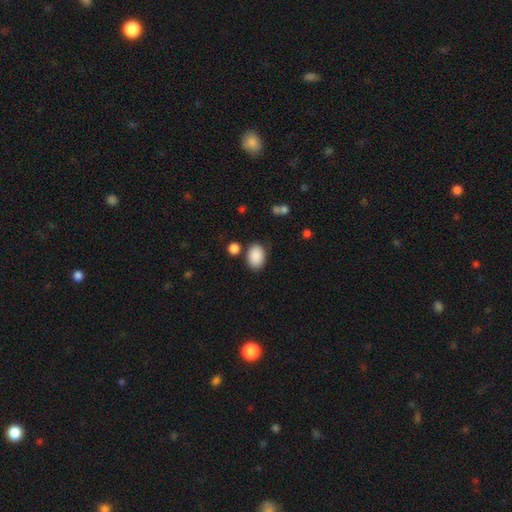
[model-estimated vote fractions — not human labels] Smooth or featured: smooth — 89% (star or artifact — 7%)
How rounded: in between — 79% (round — 20%)
Merging: none — 78% (minor disturbance — 12%)